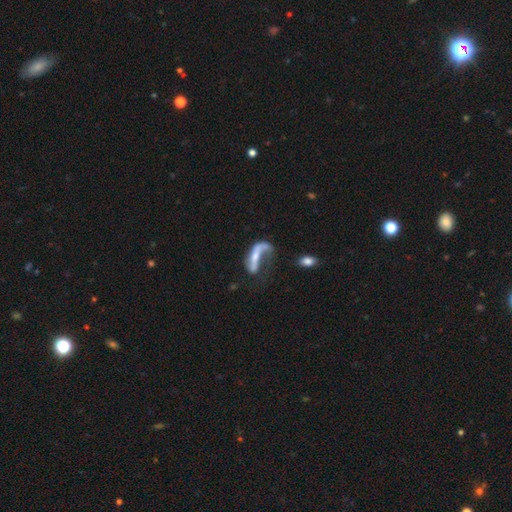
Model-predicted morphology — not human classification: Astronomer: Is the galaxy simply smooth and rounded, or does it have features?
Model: featured or disk — 58% (runner-up: smooth, 34%).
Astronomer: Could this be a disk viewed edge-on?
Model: no — 80%.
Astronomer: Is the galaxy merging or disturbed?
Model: major disturbance — 50%.